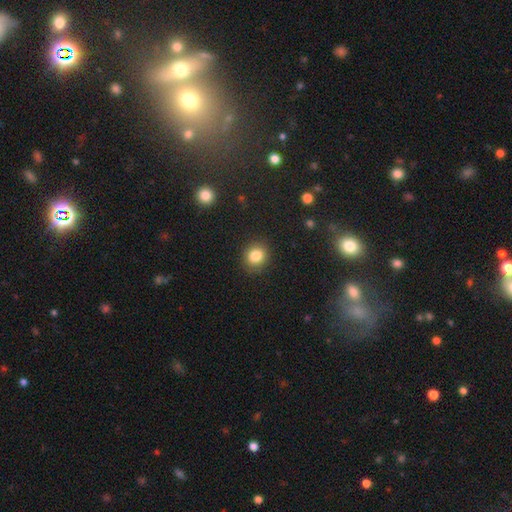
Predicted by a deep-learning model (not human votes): A smooth galaxy with no disk features (83%) that is round (78%). Merging: none (89%).